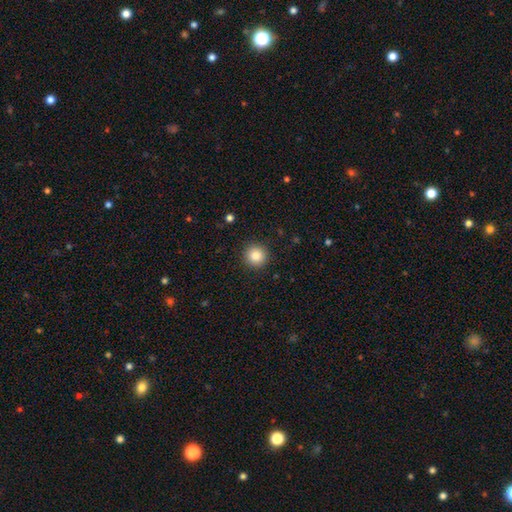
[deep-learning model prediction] Morphology: type=smooth (84%); roundness=round (95%); merging=none (92%).